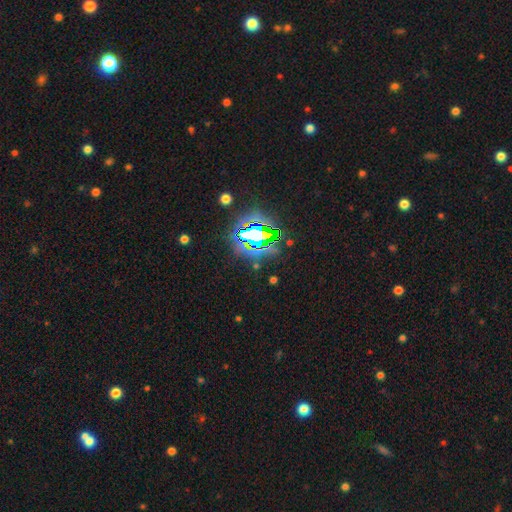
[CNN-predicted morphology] A star or artifact, not a galaxy (84%).

Vote fractions:
- Smooth or featured? star or artifact: 84% / smooth: 9% / featured or disk: 8%